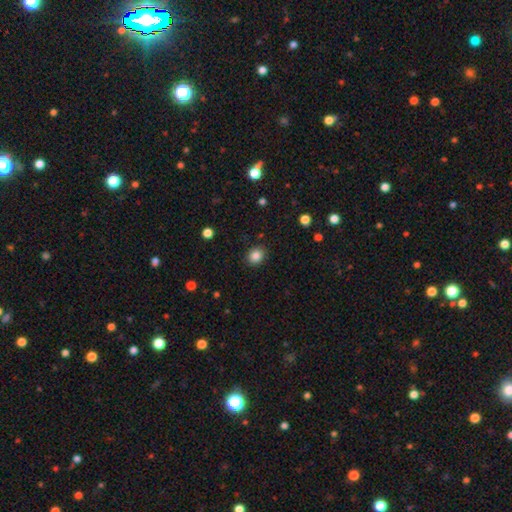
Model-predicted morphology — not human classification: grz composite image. It shows a smooth galaxy with no disk features (85%) that is round (65%). Merging: none (89%).